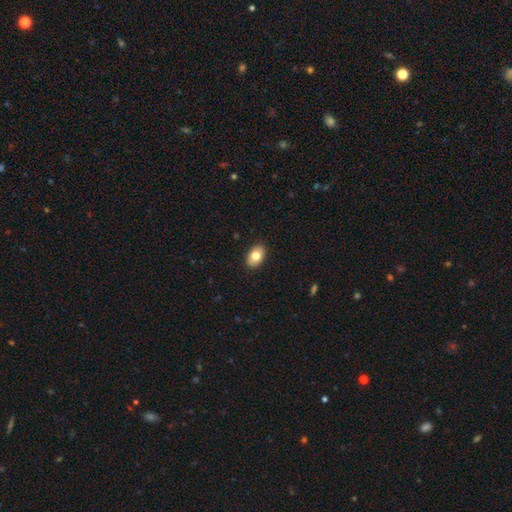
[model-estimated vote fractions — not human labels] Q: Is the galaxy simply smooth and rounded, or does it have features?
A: smooth — 78%.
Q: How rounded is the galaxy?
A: in between — 88%.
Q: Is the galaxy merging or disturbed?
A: none — 89%.